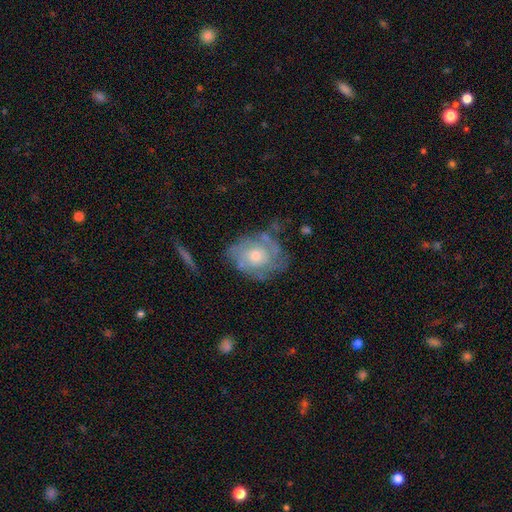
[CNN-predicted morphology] smooth_or_featured: featured or disk (p=0.67) [alt: smooth p=0.25]
disk_edge_on: no (p=0.96) [alt: yes p=0.04]
bar: no (p=0.83) [alt: weak p=0.15]
has_spiral_arms: yes (p=0.74) [alt: no p=0.26]
bulge_size: moderate (p=0.59) [alt: small p=0.34]
merging: none (p=0.60) [alt: minor disturbance p=0.24]